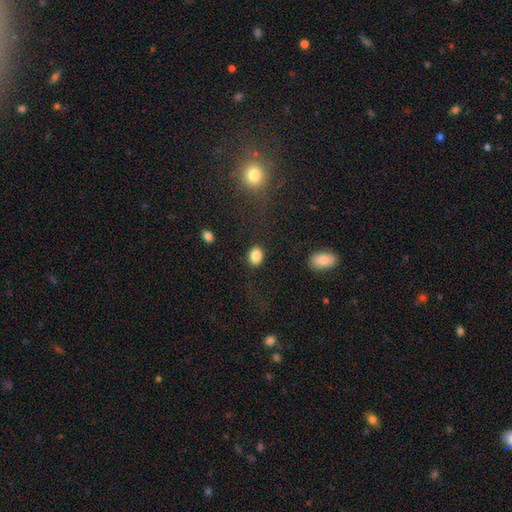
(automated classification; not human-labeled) Smooth or featured? Predicted: smooth (p=0.85). How rounded? Predicted: in between (p=0.54). Merging? Predicted: none (p=0.85).